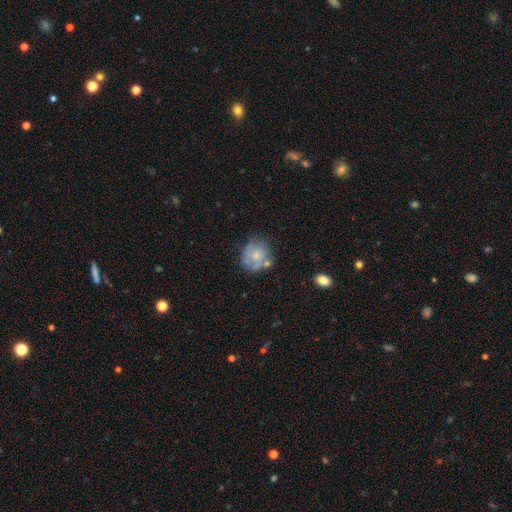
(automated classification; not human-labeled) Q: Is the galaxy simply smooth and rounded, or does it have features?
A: smooth — 47%.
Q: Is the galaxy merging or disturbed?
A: none — 54%.